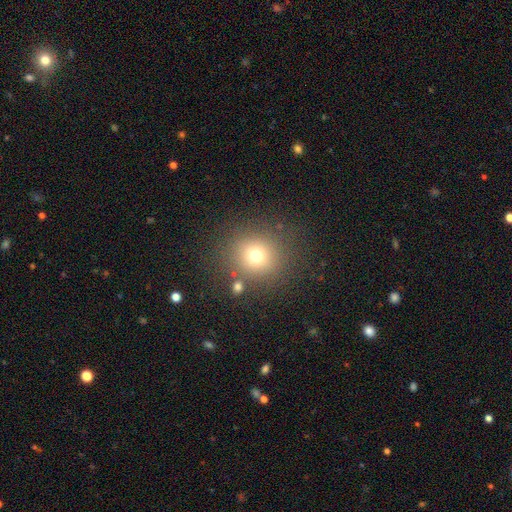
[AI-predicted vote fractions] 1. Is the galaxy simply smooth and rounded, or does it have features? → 70% smooth, 19% star or artifact, 11% featured or disk.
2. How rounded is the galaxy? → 91% round, 8% in between, 1% cigar-shaped.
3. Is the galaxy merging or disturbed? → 82% none, 8% minor disturbance, 5% major disturbance, 4% merger.